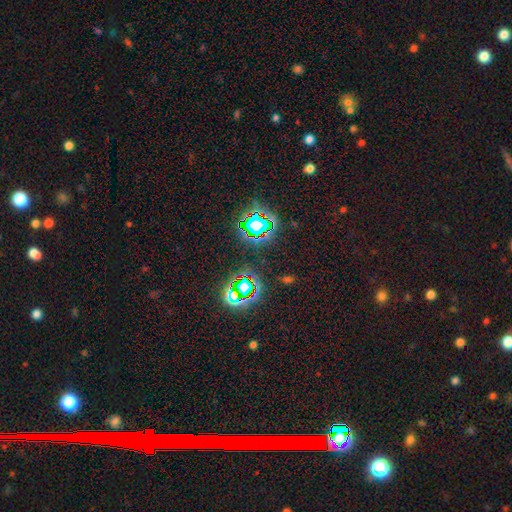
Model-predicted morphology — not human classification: Smooth or featured? Predicted: star or artifact (p=0.79).